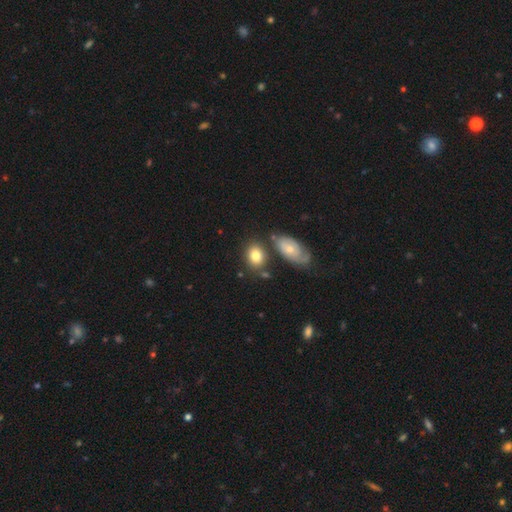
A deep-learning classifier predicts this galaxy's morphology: Q: Smooth or featured?
A: smooth (76%); runner-up: featured or disk (16%)
Q: How rounded?
A: in between (64%); runner-up: round (34%)
Q: Merging?
A: none (63%); runner-up: merger (18%)